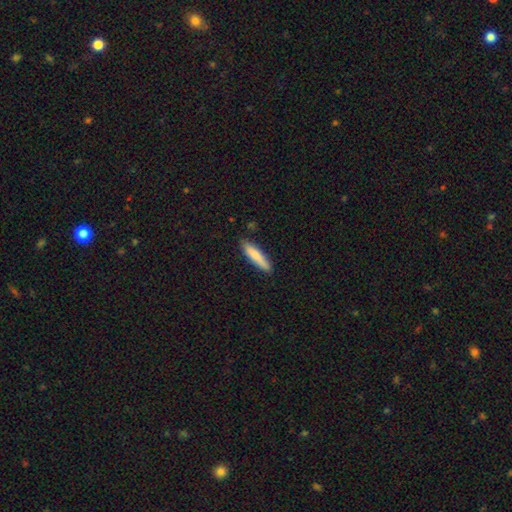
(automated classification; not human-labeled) smooth-or-featured: smooth: 81% | featured or disk: 13% | star or artifact: 5%
  how-rounded: cigar-shaped: 84% | in between: 15% | round: 1%
  merging: none: 85% | minor disturbance: 12% | major disturbance: 2% | merger: 1%